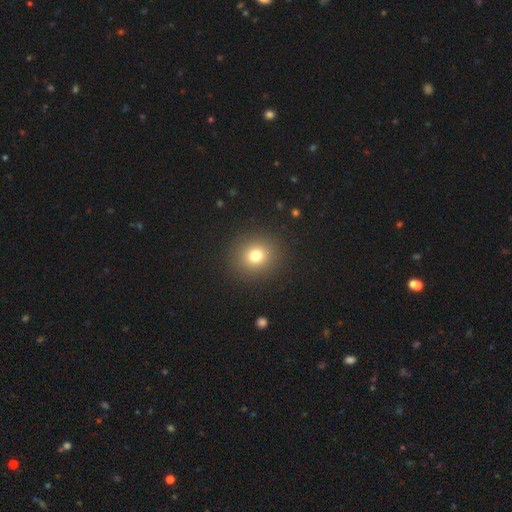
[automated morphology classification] Smooth or featured? smooth (76%)
How rounded? round (87%)
Merging? none (91%)